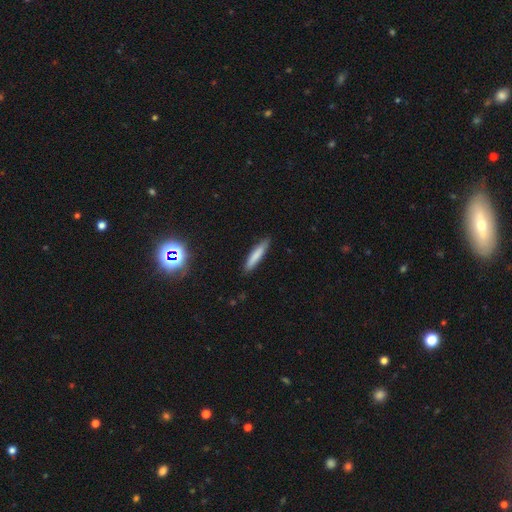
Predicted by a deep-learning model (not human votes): Smooth or featured: smooth — 80% (featured or disk — 13%)
How rounded: cigar-shaped — 87% (in between — 11%)
Merging: none — 86% (minor disturbance — 11%)